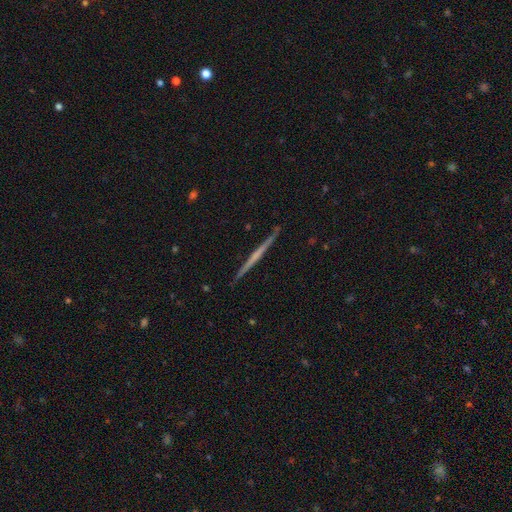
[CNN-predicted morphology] A featured or disk galaxy (68%) viewed edge-on (98%) with no central bulge (76%). Merging: none (92%).